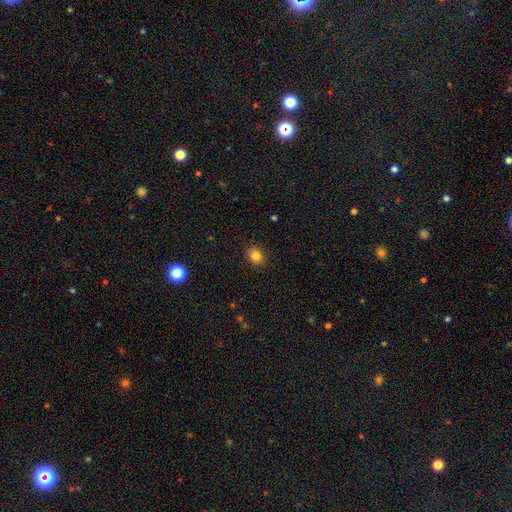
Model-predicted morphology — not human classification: smooth-or-featured: smooth: 83% | star or artifact: 11% | featured or disk: 6%
  how-rounded: round: 57% | in between: 42% | cigar-shaped: 1%
  merging: none: 89% | minor disturbance: 8% | major disturbance: 2% | merger: 1%